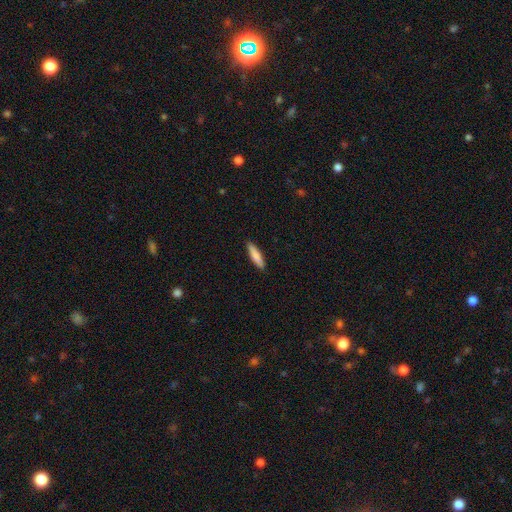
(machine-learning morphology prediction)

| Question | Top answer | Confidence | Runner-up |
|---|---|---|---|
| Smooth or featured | smooth | 81% | featured or disk (13%) |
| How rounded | cigar-shaped | 81% | in between (17%) |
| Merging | none | 89% | minor disturbance (9%) |